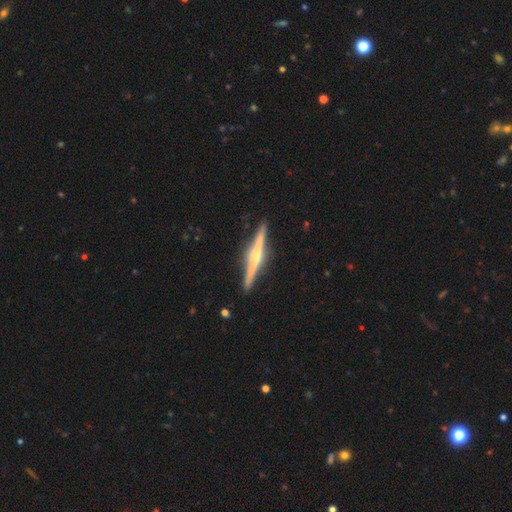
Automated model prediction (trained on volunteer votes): Q: Smooth or featured?
A: featured or disk (75%); runner-up: smooth (20%)
Q: Edge-on disk?
A: yes (98%); runner-up: no (2%)
Q: Edge-on bulge?
A: rounded (64%); runner-up: none (24%)
Q: Merging?
A: none (89%); runner-up: minor disturbance (8%)